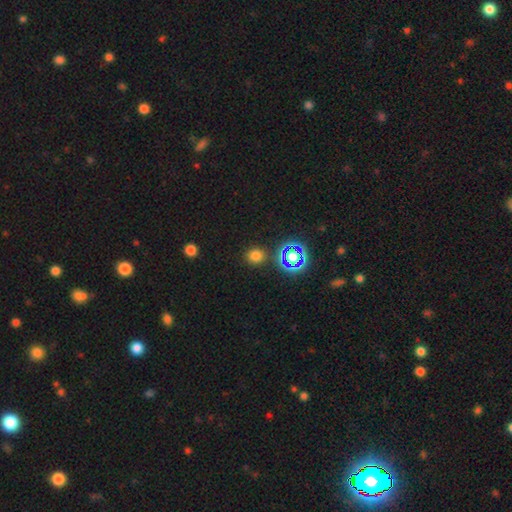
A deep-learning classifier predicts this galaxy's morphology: This is likely a smooth galaxy (71%). How rounded: clearly round (83%). Merging: clearly none (86%).